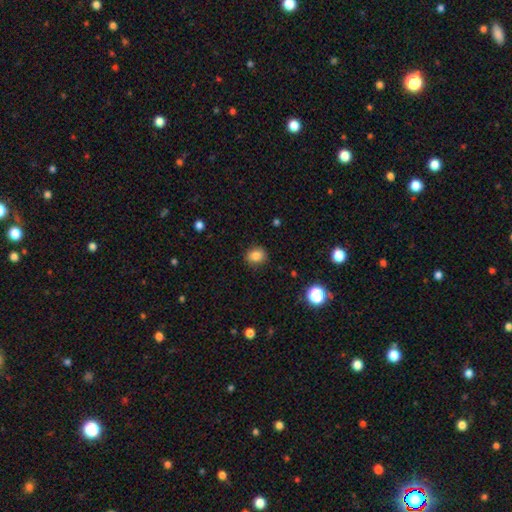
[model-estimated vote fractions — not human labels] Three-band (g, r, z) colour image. It shows a smooth galaxy with no disk features (84%) that is round (63%). Merging: none (86%).